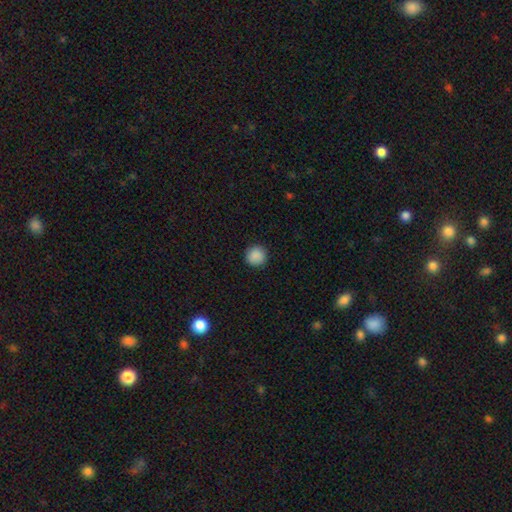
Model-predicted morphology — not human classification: Smooth or featured? smooth (89%)
How rounded? round (95%)
Merging? none (92%)